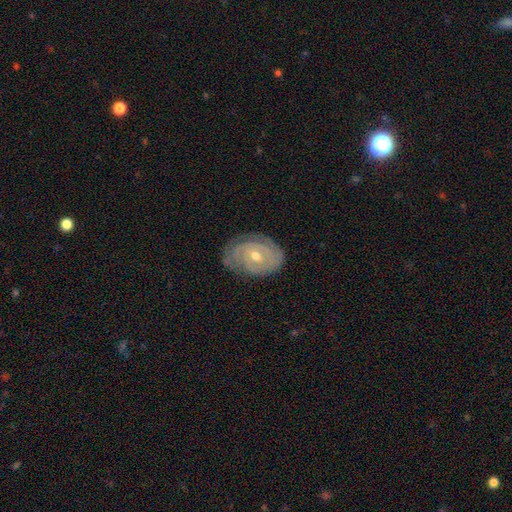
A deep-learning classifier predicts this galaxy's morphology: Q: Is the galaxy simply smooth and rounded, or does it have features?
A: featured or disk — 82%.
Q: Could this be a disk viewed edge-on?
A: no — 96%.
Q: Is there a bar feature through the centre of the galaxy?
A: no — 64%.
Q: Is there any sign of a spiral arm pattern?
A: yes — 92%.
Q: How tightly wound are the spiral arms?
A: tight — 77%.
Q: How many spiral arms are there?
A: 2 — 40%.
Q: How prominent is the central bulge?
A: moderate — 56%.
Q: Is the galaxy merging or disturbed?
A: none — 72%.